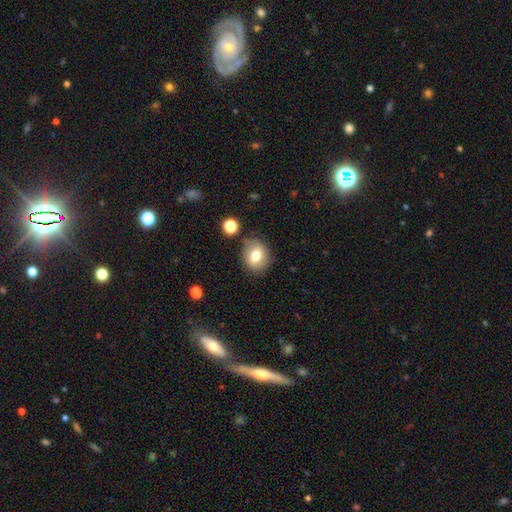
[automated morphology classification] Smooth or featured? Predicted: smooth (p=0.74). How rounded? Predicted: round (p=0.63). Merging? Predicted: none (p=0.77).